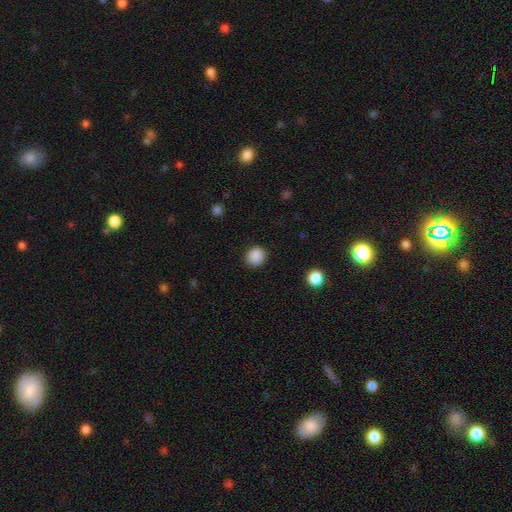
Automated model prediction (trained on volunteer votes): smooth-or-featured: smooth: 88% | star or artifact: 9% | featured or disk: 3%
  how-rounded: round: 86% | in between: 13% | cigar-shaped: 1%
  merging: none: 89% | minor disturbance: 7% | major disturbance: 2% | merger: 1%